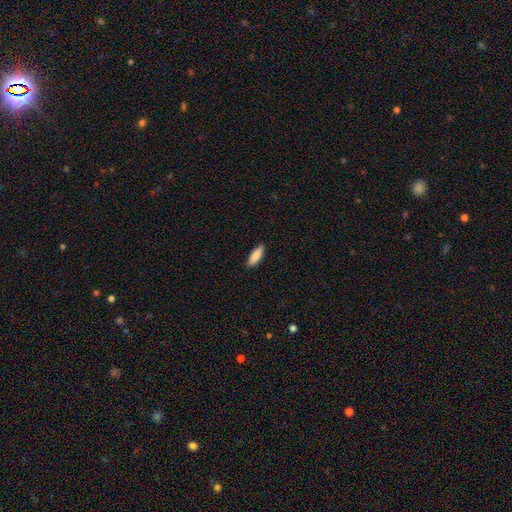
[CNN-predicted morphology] smooth-or-featured: smooth: 88% | featured or disk: 6% | star or artifact: 6%
  how-rounded: in between: 56% | cigar-shaped: 42% | round: 2%
  merging: none: 89% | minor disturbance: 8% | major disturbance: 2% | merger: 1%